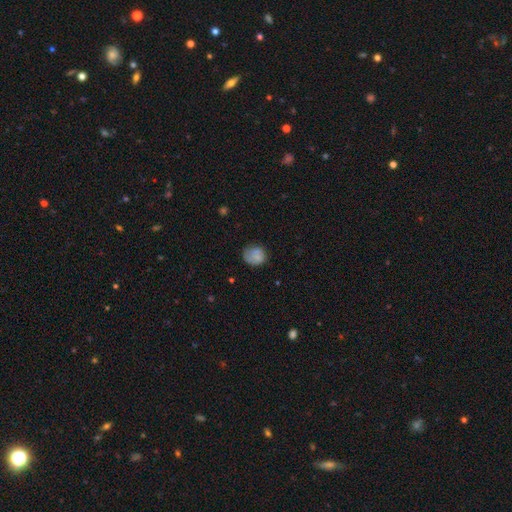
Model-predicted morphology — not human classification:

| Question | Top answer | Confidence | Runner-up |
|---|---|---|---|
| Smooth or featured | smooth | 71% | featured or disk (19%) |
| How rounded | round | 72% | in between (27%) |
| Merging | none | 59% | minor disturbance (25%) |